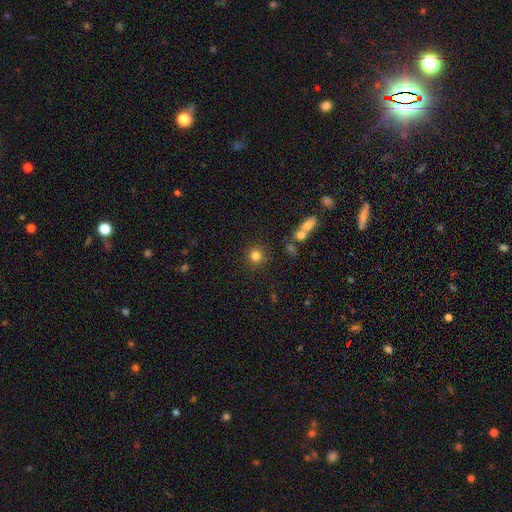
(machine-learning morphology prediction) Smooth or featured? smooth (82%)
How rounded? round (93%)
Merging? none (86%)